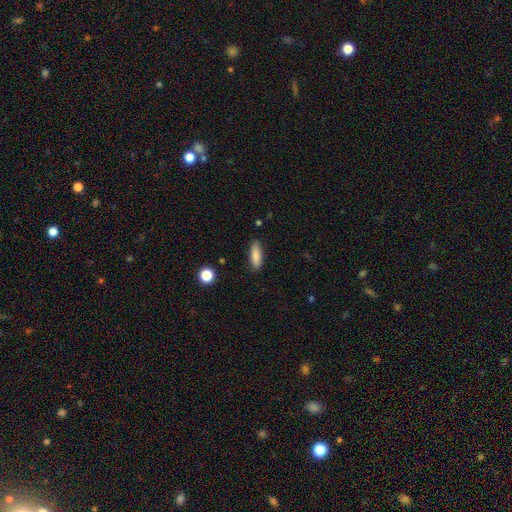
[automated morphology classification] Smooth or featured? Predicted: smooth (p=0.85). How rounded? Predicted: in between (p=0.53). Merging? Predicted: none (p=0.86).